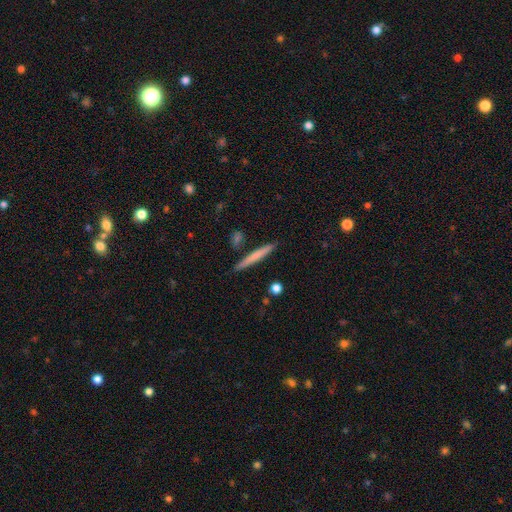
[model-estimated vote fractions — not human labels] Overall: smooth (64%; featured or disk 30%). How rounded: cigar-shaped (96%). Merging: none (87%).